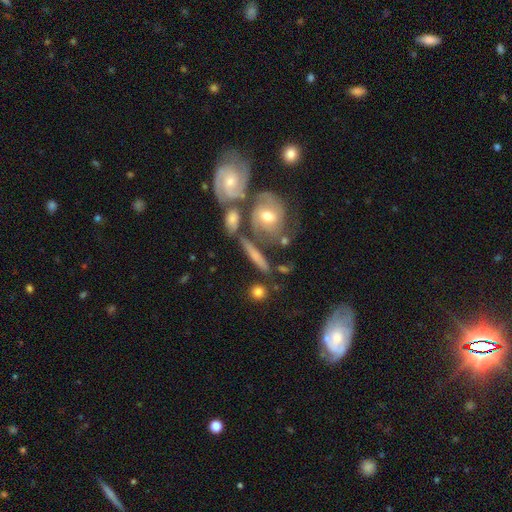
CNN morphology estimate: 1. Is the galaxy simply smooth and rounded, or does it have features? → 52% featured or disk, 40% smooth, 9% star or artifact.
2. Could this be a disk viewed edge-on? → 50% no (tied), 50% yes (tied).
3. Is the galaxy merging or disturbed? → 55% none, 23% merger, 15% minor disturbance, 7% major disturbance.